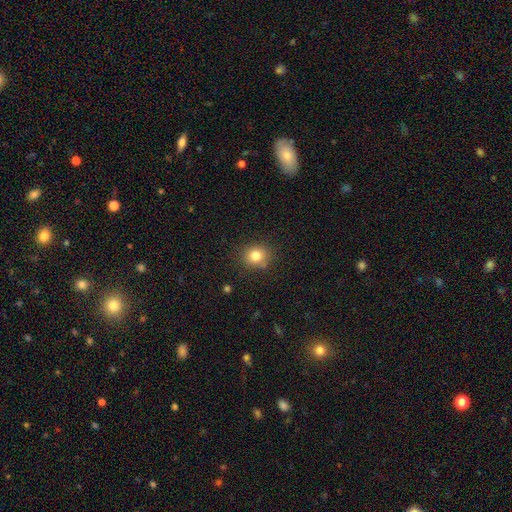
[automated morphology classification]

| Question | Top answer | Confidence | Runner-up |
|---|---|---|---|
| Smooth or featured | smooth | 81% | star or artifact (12%) |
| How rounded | round | 79% | in between (20%) |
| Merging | none | 84% | minor disturbance (10%) |